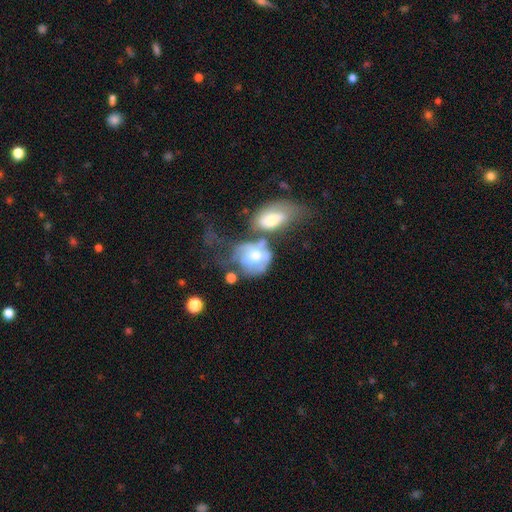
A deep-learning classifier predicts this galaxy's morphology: Smooth or featured? featured or disk (57%)
Edge-on disk? no (96%)
Bar? no (77%)
Spiral arms? yes (50%, tied with no)
Bulge size? moderate (66%)
Merging? merger (48%)